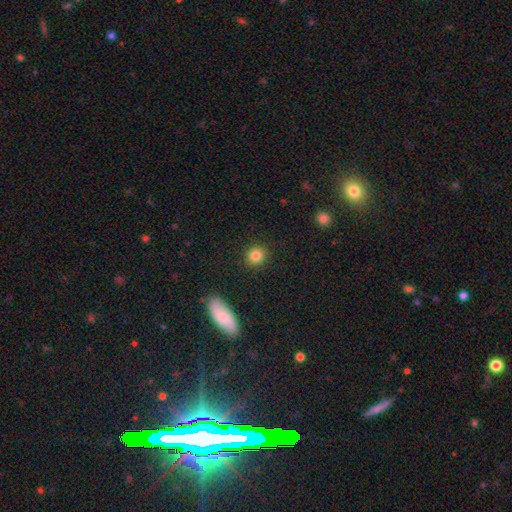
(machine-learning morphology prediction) This appears to be a smooth galaxy with no disk features (84%) that is round (84%). Merging: none (90%).